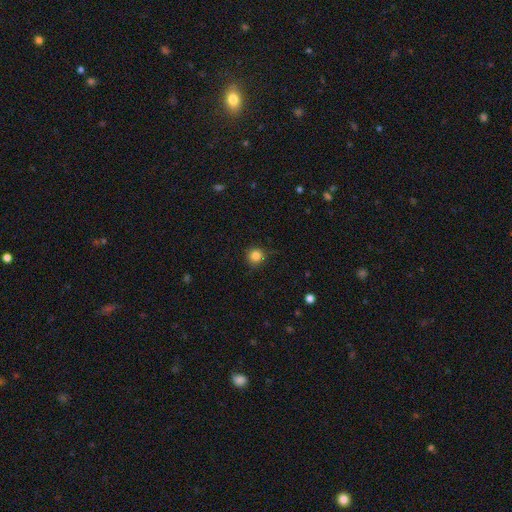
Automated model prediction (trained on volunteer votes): Smooth or featured? smooth (84%)
How rounded? round (93%)
Merging? none (85%)